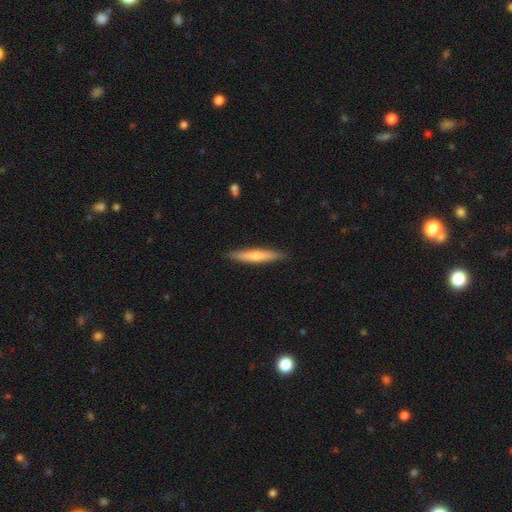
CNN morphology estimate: Smooth or featured? Predicted: smooth (p=0.61). How rounded? Predicted: cigar-shaped (p=0.93). Merging? Predicted: none (p=0.90).